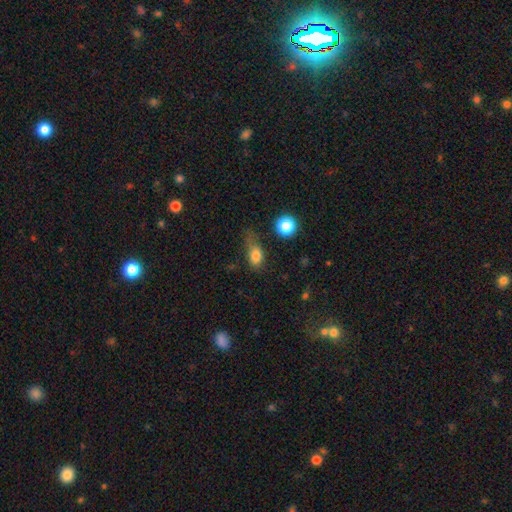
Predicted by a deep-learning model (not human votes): smooth 79%, star or artifact 12%, featured or disk 9%. Down the decision tree: how rounded — in between (70%); merging — none (39%).